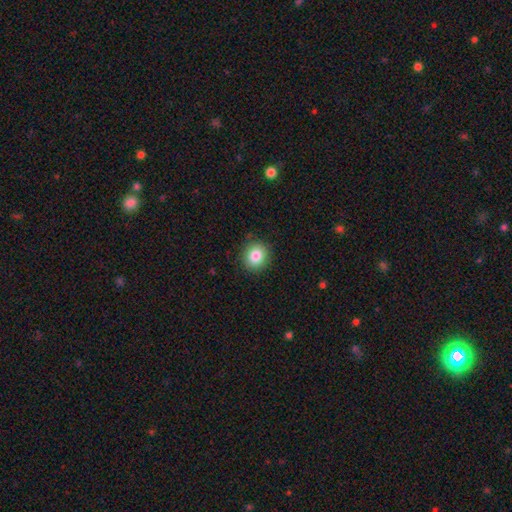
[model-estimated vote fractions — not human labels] The model was most divided on "how rounded": round: 83%, in between: 16%, cigar-shaped: 1%. More confident: merging — none (89%); smooth or featured — smooth (83%).